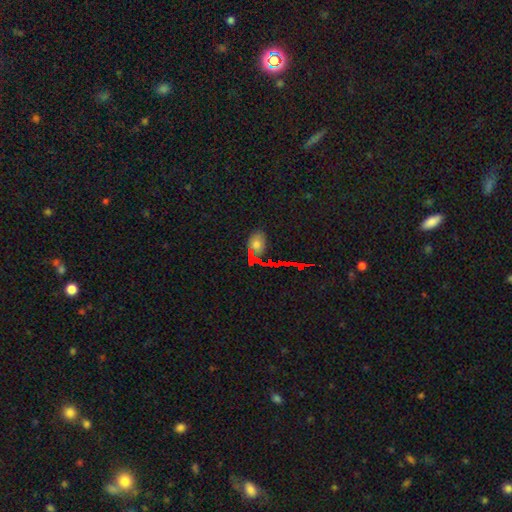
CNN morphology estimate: Overall: star or artifact (36%, tied with featured or disk).